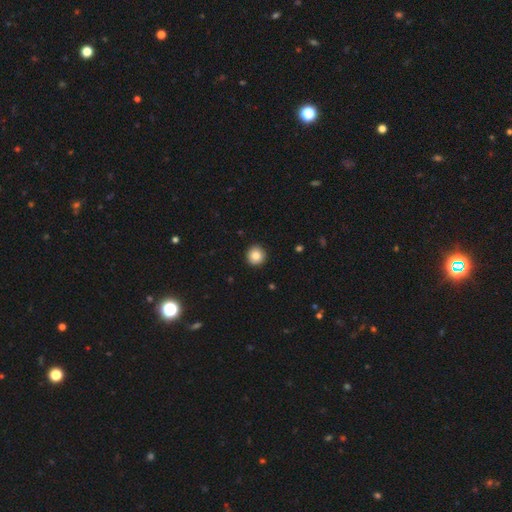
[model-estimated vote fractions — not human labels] Smooth or featured? Predicted: smooth (p=0.86). How rounded? Predicted: round (p=0.95). Merging? Predicted: none (p=0.92).